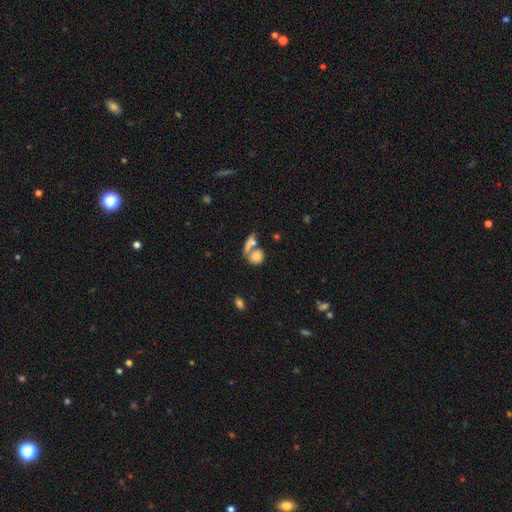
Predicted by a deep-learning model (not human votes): This appears to be a smooth galaxy with no disk features (77%) that is round (59%). Merging: merger (43%).